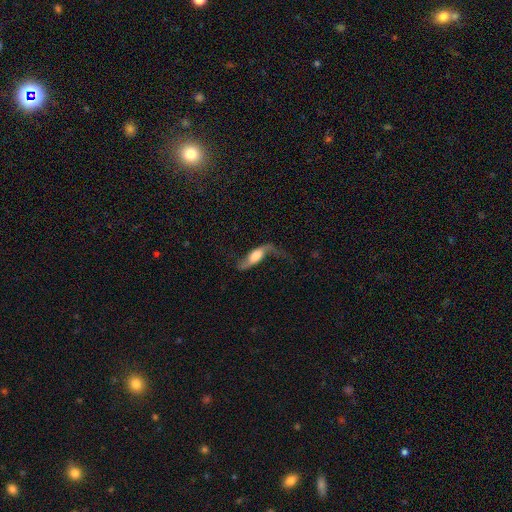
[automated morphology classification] smooth-or-featured: featured or disk: 69% | smooth: 24% | star or artifact: 7%
  disk-edge-on: no: 76% | yes: 24%
    bar: no: 53% | weak: 31% | strong: 15%
    has-spiral-arms: yes: 90% | no: 10%
    bulge-size: large: 38% | moderate: 34% | small: 11% | dominant: 9% | none: 7%
  merging: none: 52% | major disturbance: 24% | minor disturbance: 21% | merger: 3%